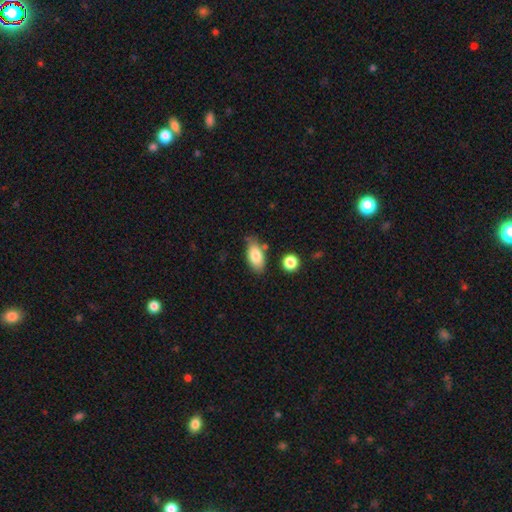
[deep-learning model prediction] This is clearly a smooth galaxy (82%). How rounded: clearly in between (89%). Merging: likely none (70%).